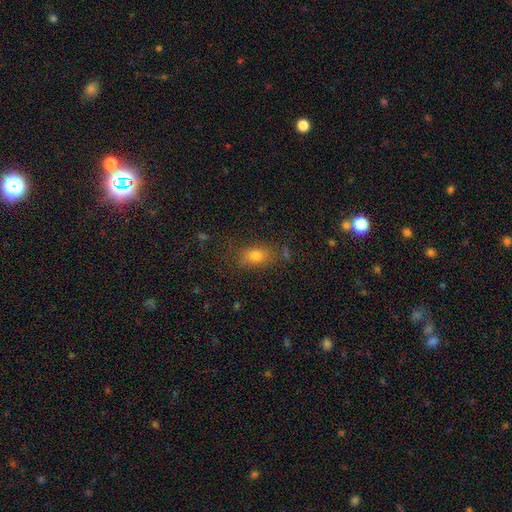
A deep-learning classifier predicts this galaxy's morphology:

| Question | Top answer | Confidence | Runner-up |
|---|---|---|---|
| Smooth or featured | smooth | 75% | star or artifact (13%) |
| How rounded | in between | 74% | round (21%) |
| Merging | none | 72% | minor disturbance (18%) |